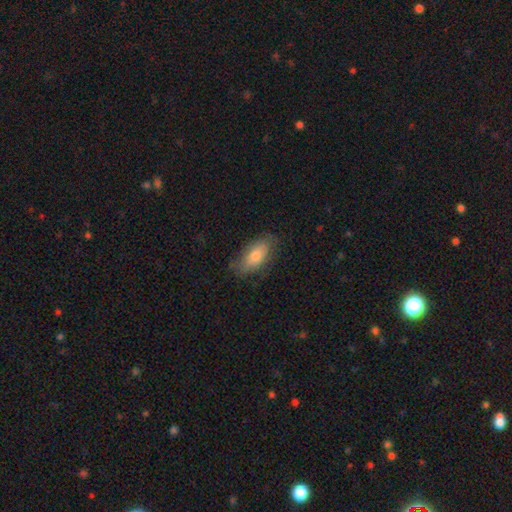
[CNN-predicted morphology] Smooth or featured? Predicted: smooth (p=0.73). How rounded? Predicted: in between (p=0.86). Merging? Predicted: none (p=0.74).